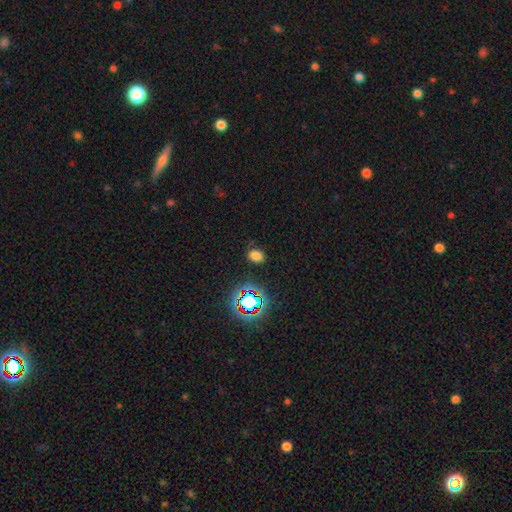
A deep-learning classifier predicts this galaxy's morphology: This appears to be a smooth galaxy with no disk features (69%) that is in between round and cigar-shaped (55%). Merging: none (79%).